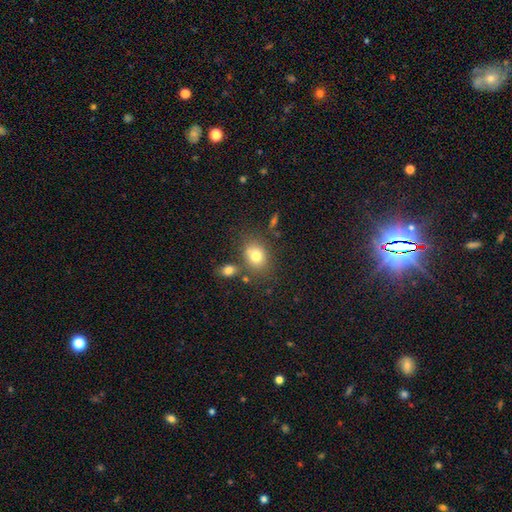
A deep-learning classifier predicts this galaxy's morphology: Q: Smooth or featured?
A: smooth (78%); runner-up: star or artifact (11%)
Q: How rounded?
A: in between (56%); runner-up: round (43%)
Q: Merging?
A: none (66%); runner-up: minor disturbance (15%)